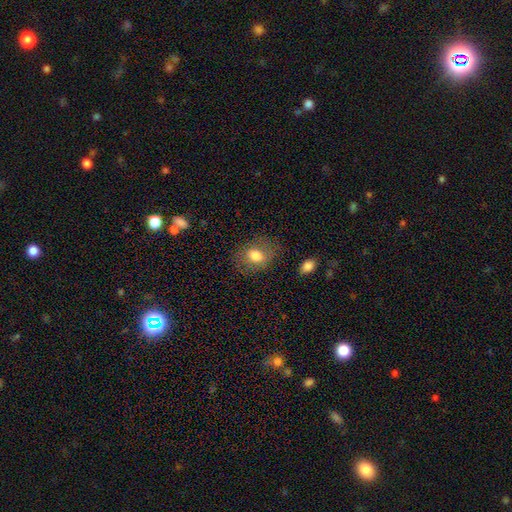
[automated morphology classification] Smooth or featured? Predicted: smooth (p=0.75). How rounded? Predicted: in between (p=0.57). Merging? Predicted: none (p=0.75).